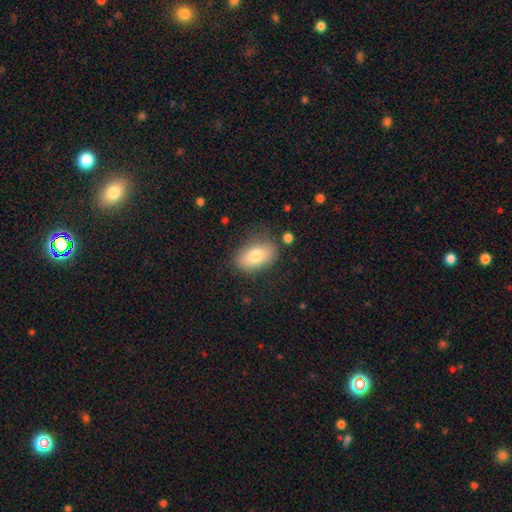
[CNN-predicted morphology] Overall: smooth (78%). How rounded: in between (90%). Merging: none (77%).